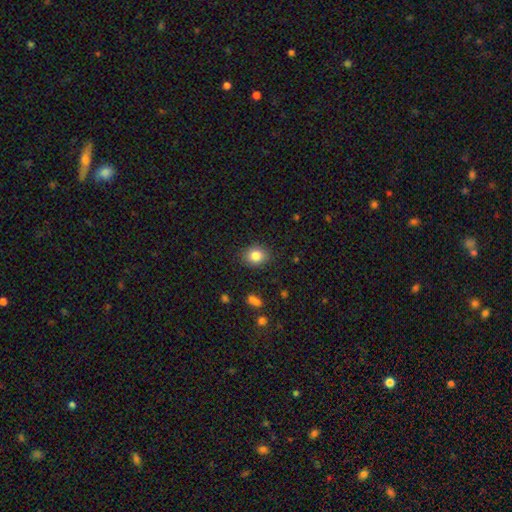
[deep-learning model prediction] Smooth or featured?
  - smooth: 84% *
  - star or artifact: 10%
  - featured or disk: 6%
How rounded?
  - round: 60% *
  - in between: 39%
  - cigar-shaped: 1%
Merging?
  - none: 88% *
  - minor disturbance: 9%
  - major disturbance: 2%
  - merger: 1%